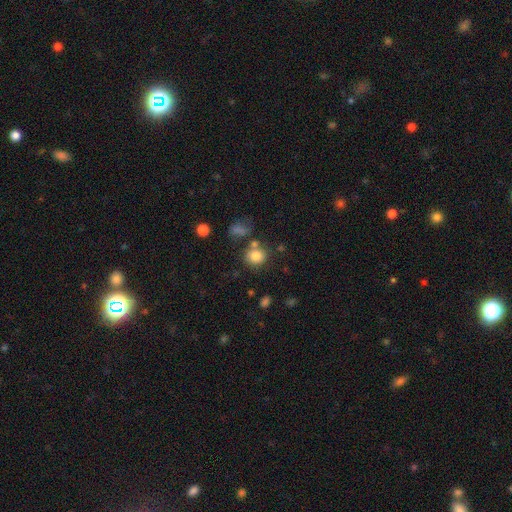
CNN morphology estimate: Smooth or featured?
  - smooth: 81% *
  - star or artifact: 12%
  - featured or disk: 7%
How rounded?
  - round: 77% *
  - in between: 22%
  - cigar-shaped: 1%
Merging?
  - none: 66% *
  - merger: 15%
  - minor disturbance: 13%
  - major disturbance: 5%